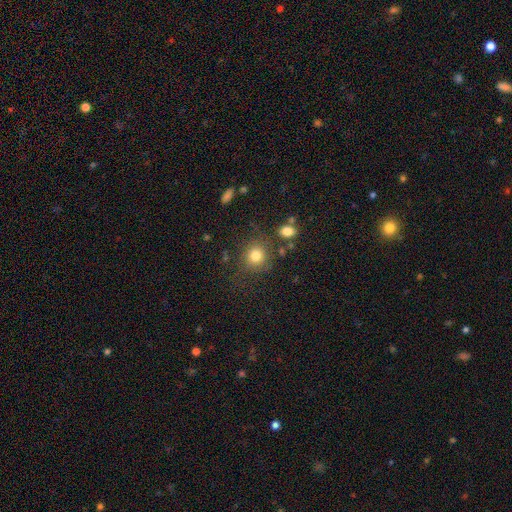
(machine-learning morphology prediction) The model was most divided on "merging": none: 78%, minor disturbance: 11%, major disturbance: 6%, merger: 5%. More confident: how rounded — round (86%); smooth or featured — smooth (80%).